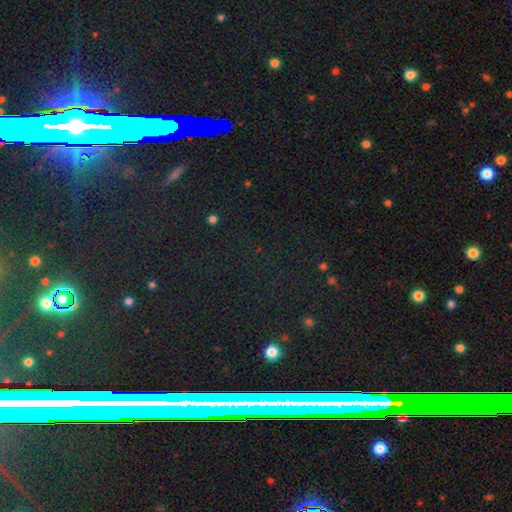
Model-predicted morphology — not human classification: Smooth or featured: star or artifact — 76% (featured or disk — 13%)